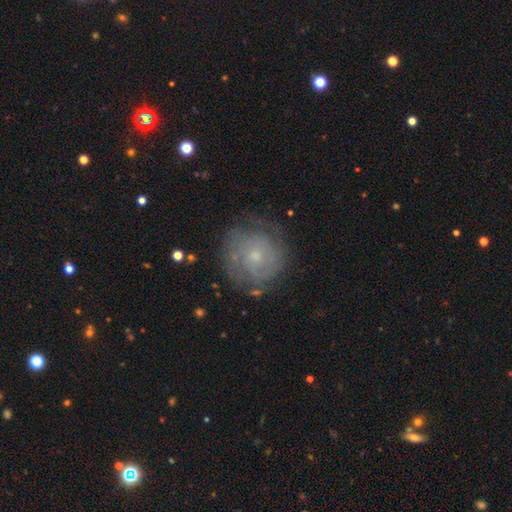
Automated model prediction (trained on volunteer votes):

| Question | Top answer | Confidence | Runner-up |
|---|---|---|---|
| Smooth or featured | featured or disk | 61% | smooth (31%) |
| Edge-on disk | no | 97% | yes (3%) |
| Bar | no | 79% | weak (18%) |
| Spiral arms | yes | 73% | no (27%) |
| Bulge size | small | 57% | moderate (35%) |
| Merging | none | 72% | minor disturbance (18%) |